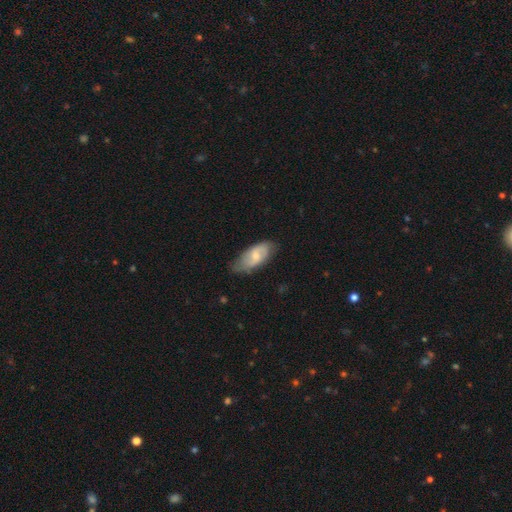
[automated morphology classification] Overall: featured or disk (47%, tied with smooth). Merging: none (66%; minor disturbance 27%).